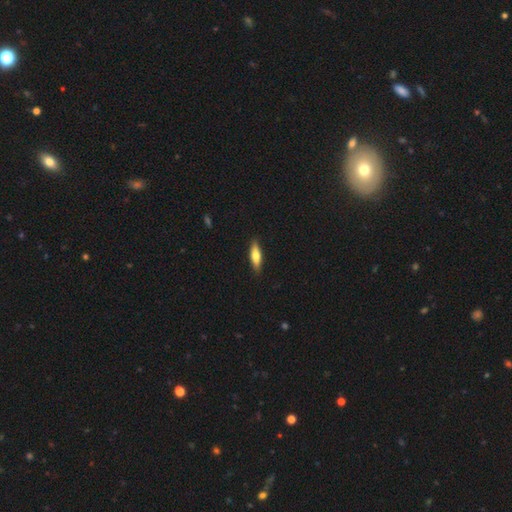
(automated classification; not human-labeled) smooth-or-featured: smooth: 65% | featured or disk: 30% | star or artifact: 6%
  how-rounded: cigar-shaped: 58% | in between: 40% | round: 2%
  merging: none: 88% | minor disturbance: 9% | major disturbance: 2% | merger: 1%